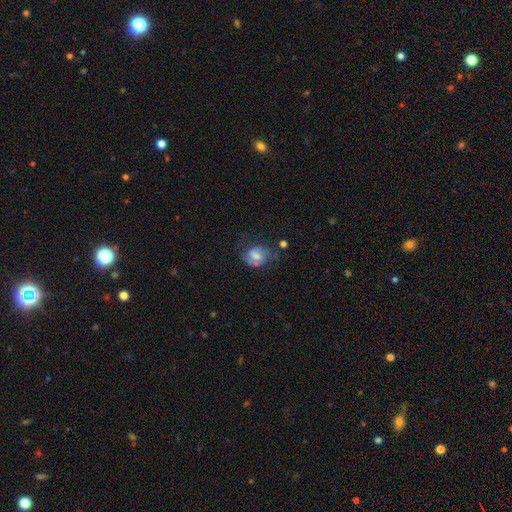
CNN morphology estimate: Smooth or featured? Predicted: smooth (p=0.46). Merging? Predicted: none (p=0.47).